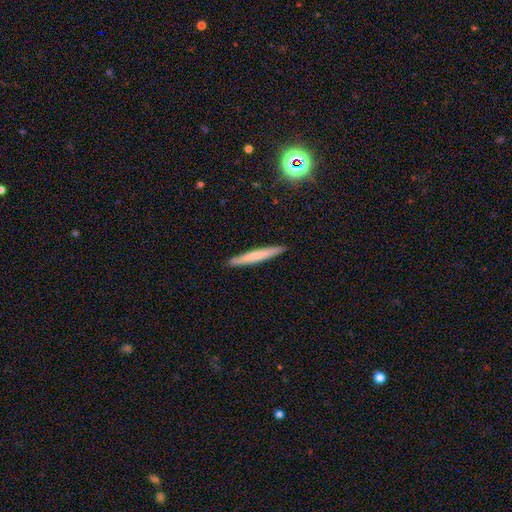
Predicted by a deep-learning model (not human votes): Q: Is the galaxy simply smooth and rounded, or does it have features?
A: smooth — 64%.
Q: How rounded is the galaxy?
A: cigar-shaped — 96%.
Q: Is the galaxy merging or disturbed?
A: none — 91%.